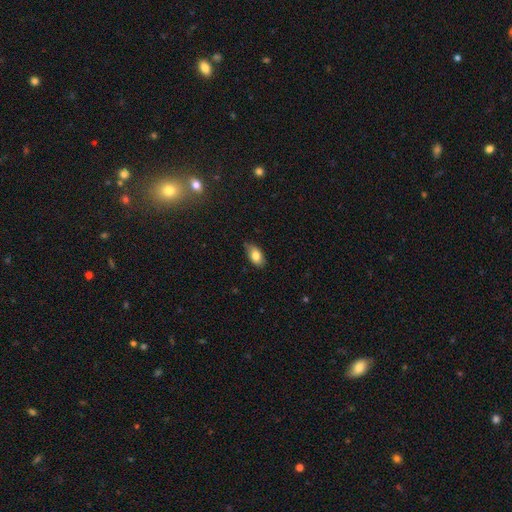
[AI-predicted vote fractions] Morphology: type=smooth (80%); roundness=in between (91%); merging=none (75%).